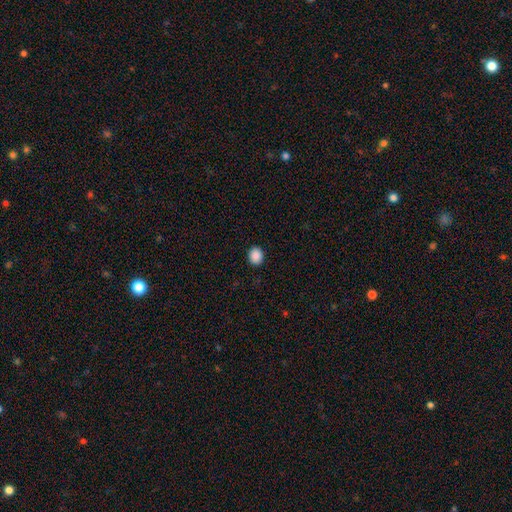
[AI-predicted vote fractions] smooth-or-featured: smooth: 89% | star or artifact: 9% | featured or disk: 2%
  how-rounded: round: 62% | in between: 37% | cigar-shaped: 1%
  merging: none: 91% | minor disturbance: 6% | major disturbance: 2% | merger: 1%